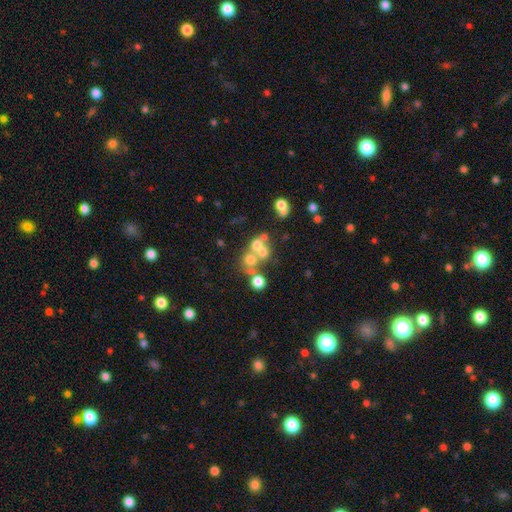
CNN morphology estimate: This appears to be a smooth galaxy with no disk features (44%). Merging: merger (48%).